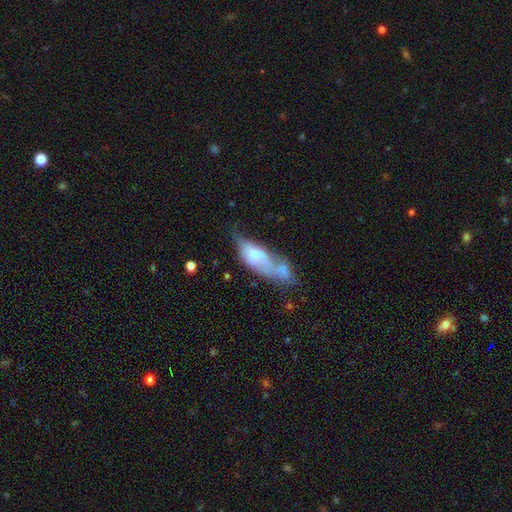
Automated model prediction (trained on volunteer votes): A smooth galaxy with no disk features (50%) that is in between round and cigar-shaped (75%). Merging: merger (46%).